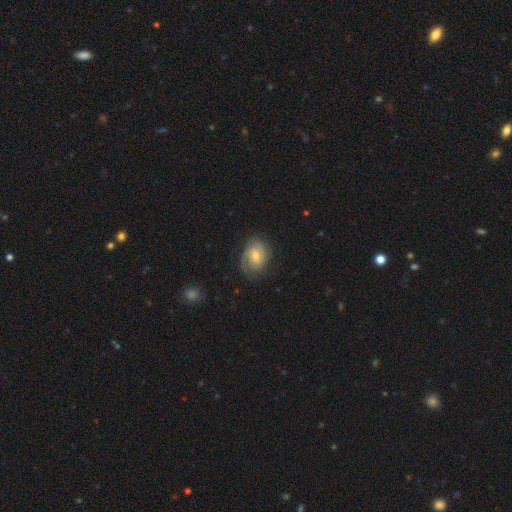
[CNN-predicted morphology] Smooth or featured?
  - featured or disk: 70% *
  - smooth: 23%
  - star or artifact: 6%
Edge-on disk?
  - no: 97% *
  - yes: 3%
Bar?
  - weak: 48% *
  - no: 43%
  - strong: 9%
Spiral arms?
  - yes: 92% *
  - no: 8%
Spiral winding?
  - tight: 48% *
  - medium: 39%
  - loose: 14%
Spiral arm count?
  - 2: 57% *
  - can't tell: 19%
  - 3: 10%
  - 1: 10%
  - 4: 2%
  - more than 4: 2%
Bulge size?
  - moderate: 52% *
  - small: 42%
  - large: 3%
  - none: 2%
  - dominant: 1%
Merging?
  - none: 70% *
  - minor disturbance: 20%
  - major disturbance: 8%
  - merger: 1%